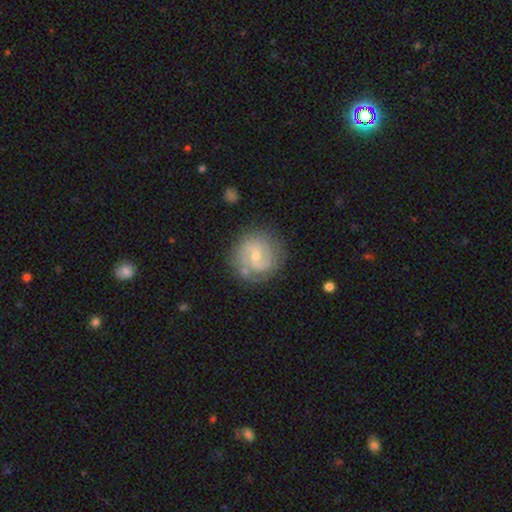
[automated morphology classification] A featured or disk galaxy (71%) with a weak bar (46%), 2 (67%) tight (42%) spiral arms (87%) and a small central bulge (60%).

Vote fractions:
- Smooth or featured? featured or disk: 71% / smooth: 23% / star or artifact: 7%
- Edge-on disk? no: 98% / yes: 2%
- Bar? weak: 46% / no: 44% / strong: 10%
- Spiral arms? yes: 87% / no: 13%
- Spiral winding? tight: 42% / medium: 41% / loose: 17%
- Spiral arm count? 2: 67% / can't tell: 18% / 3: 6% / 1: 6% / 4: 2% / more than 4: 2%
- Bulge size? small: 60% / moderate: 36% / none: 2% / large: 1% / dominant: 1%
- Merging? none: 77% / minor disturbance: 15% / major disturbance: 6% / merger: 3%